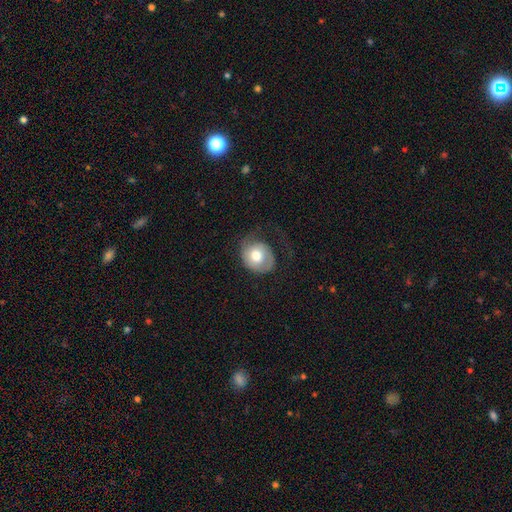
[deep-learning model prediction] This appears to be a smooth galaxy with no disk features (62%) that is round (65%). Merging: none (46%).